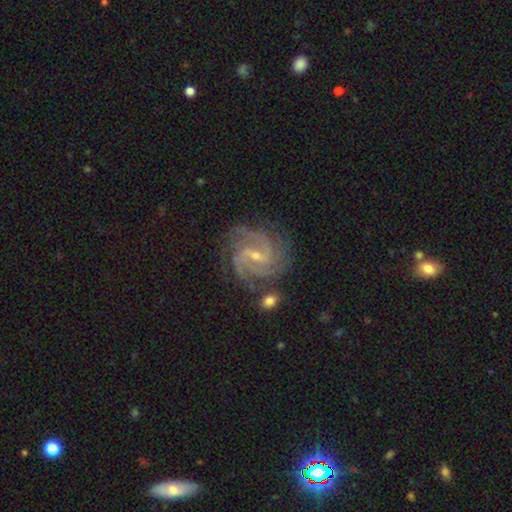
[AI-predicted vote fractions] The model was most divided on "spiral winding": tight: 50%, medium: 43%, loose: 7%. Remaining: spiral arms — yes (98%); edge-on disk — no (98%); smooth or featured — featured or disk (91%); merging — none (76%); bulge size — small (66%); bar — weak (52%); spiral arm count — 3 (34%).